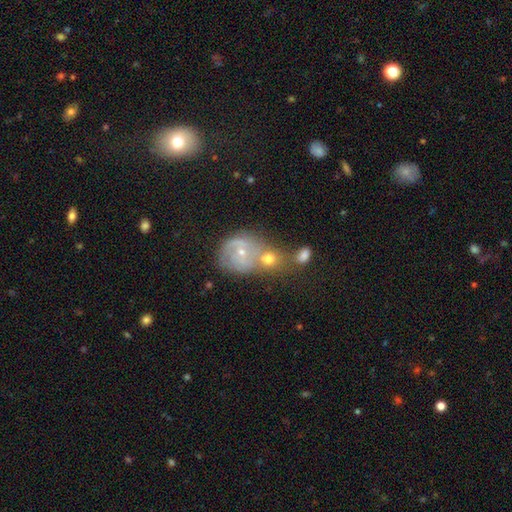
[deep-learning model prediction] This is marginally a featured or disk galaxy (44%). Merging: marginally merger (44%).